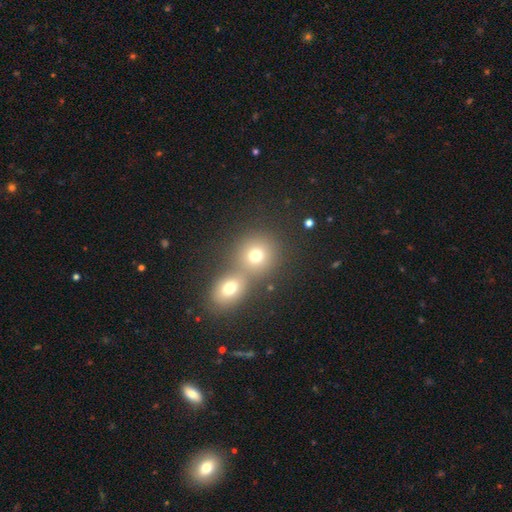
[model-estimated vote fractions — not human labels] Smooth or featured? Predicted: smooth (p=0.73). How rounded? Predicted: round (p=0.82). Merging? Predicted: merger (p=0.48).